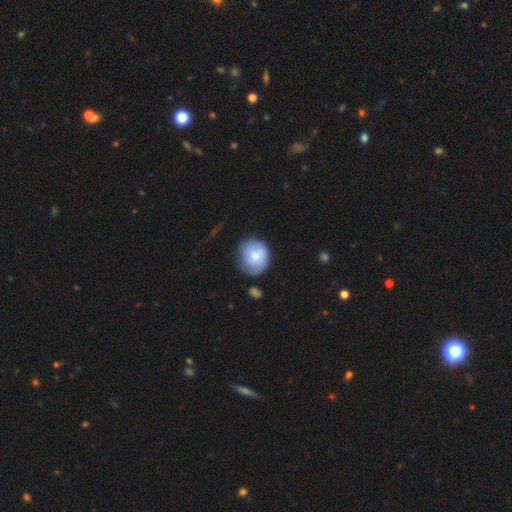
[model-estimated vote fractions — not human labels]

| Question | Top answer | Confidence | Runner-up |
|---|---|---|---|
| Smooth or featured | smooth | 69% | featured or disk (24%) |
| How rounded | round | 79% | in between (20%) |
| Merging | none | 63% | minor disturbance (26%) |